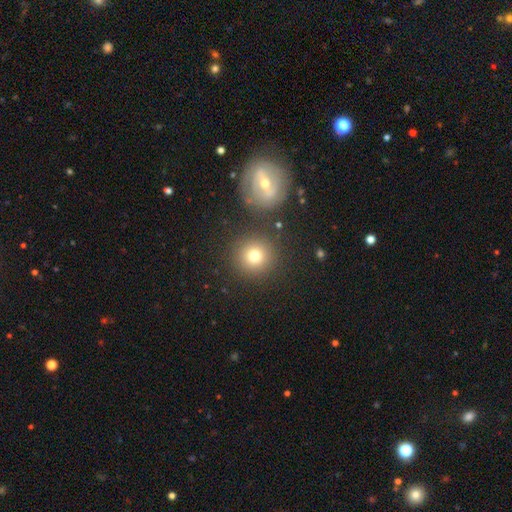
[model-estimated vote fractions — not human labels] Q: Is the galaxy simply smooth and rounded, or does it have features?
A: smooth — 69%.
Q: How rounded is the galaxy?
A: round — 93%.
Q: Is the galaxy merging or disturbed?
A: none — 83%.